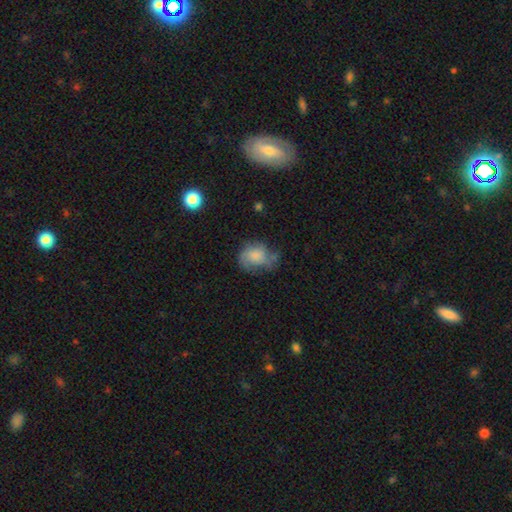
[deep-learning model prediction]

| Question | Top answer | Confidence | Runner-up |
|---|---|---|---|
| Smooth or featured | smooth | 66% | featured or disk (26%) |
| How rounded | round | 50% | in between (49%) |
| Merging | none | 37% | minor disturbance (34%) |